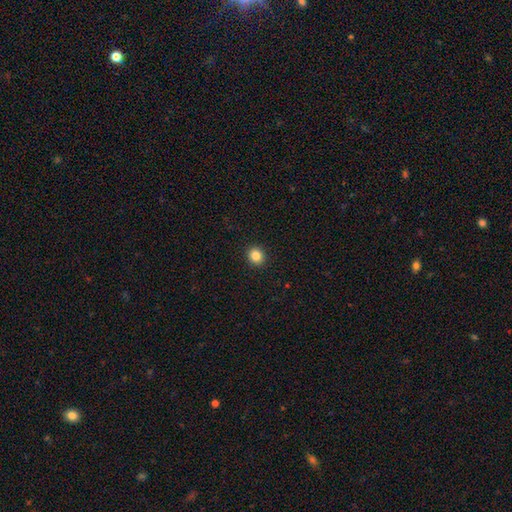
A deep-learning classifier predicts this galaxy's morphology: A smooth galaxy with no disk features (85%) that is round (83%).

Vote fractions:
- Smooth or featured? smooth: 85% / star or artifact: 11% / featured or disk: 5%
- How rounded? round: 83% / in between: 16% / cigar-shaped: 1%
- Merging? none: 93% / minor disturbance: 5% / major disturbance: 2% / merger: 1%